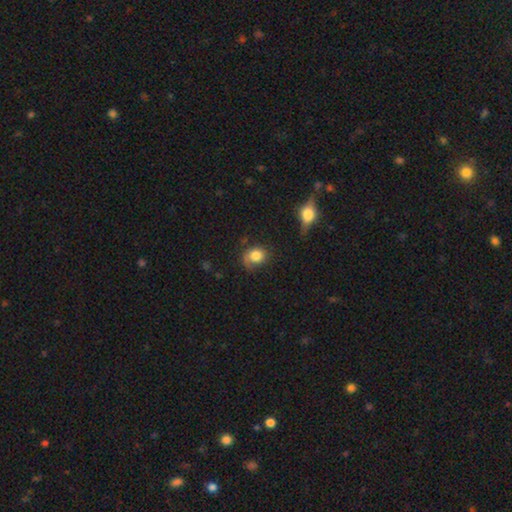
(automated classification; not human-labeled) Morphology: type=smooth (79%); roundness=round (54%); merging=none (53%).